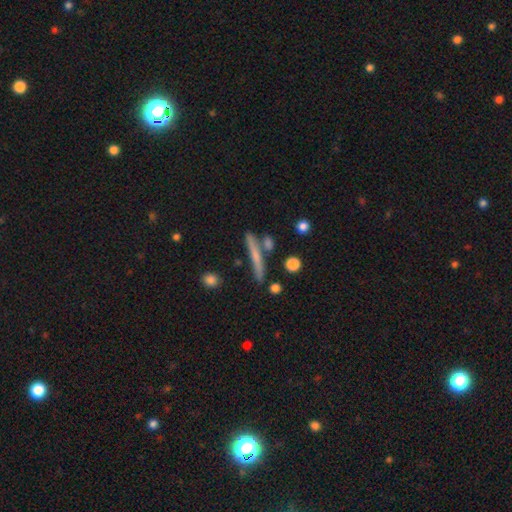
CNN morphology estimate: smooth-or-featured: smooth: 54% | featured or disk: 39% | star or artifact: 7%
  how-rounded: cigar-shaped: 93% | in between: 4% | round: 3%
  merging: none: 77% | minor disturbance: 11% | merger: 9% | major disturbance: 3%